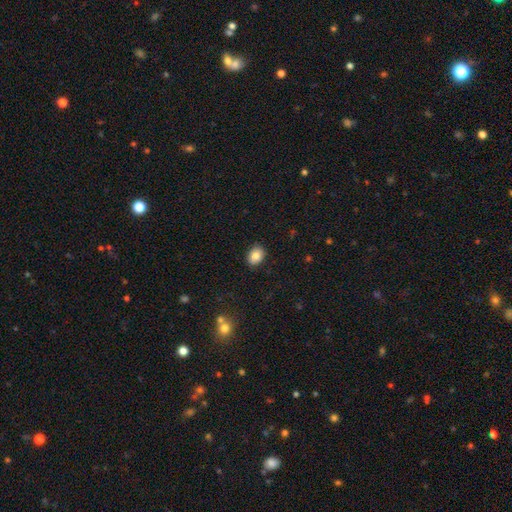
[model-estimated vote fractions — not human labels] Smooth or featured: smooth — 84% (star or artifact — 9%)
How rounded: in between — 65% (round — 34%)
Merging: none — 88% (minor disturbance — 9%)